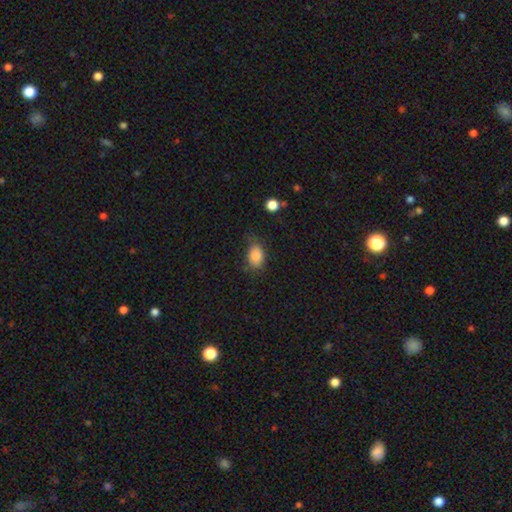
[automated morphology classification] The model was most divided on "merging": none: 59%, minor disturbance: 29%, major disturbance: 10%, merger: 2%. More confident: smooth or featured — smooth (86%); how rounded — in between (78%).